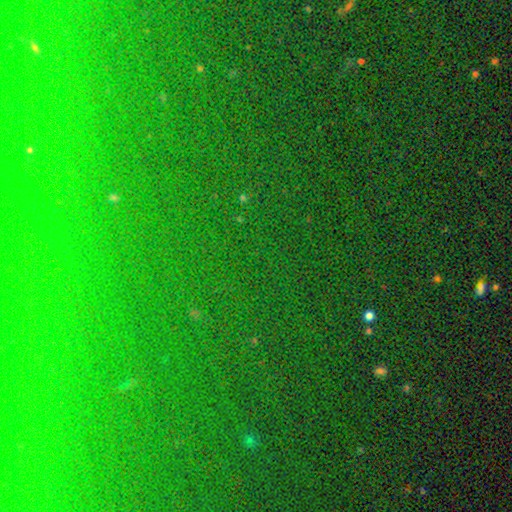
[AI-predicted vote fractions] A star or artifact, not a galaxy (82%).

Vote fractions:
- Smooth or featured? star or artifact: 82% / smooth: 10% / featured or disk: 8%